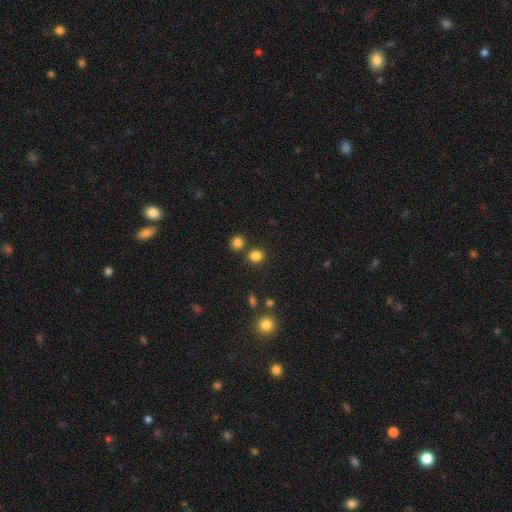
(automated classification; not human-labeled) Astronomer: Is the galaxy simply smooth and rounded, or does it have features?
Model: smooth — 82%.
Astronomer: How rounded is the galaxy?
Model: round — 80%.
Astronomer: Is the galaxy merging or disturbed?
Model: none — 77%.